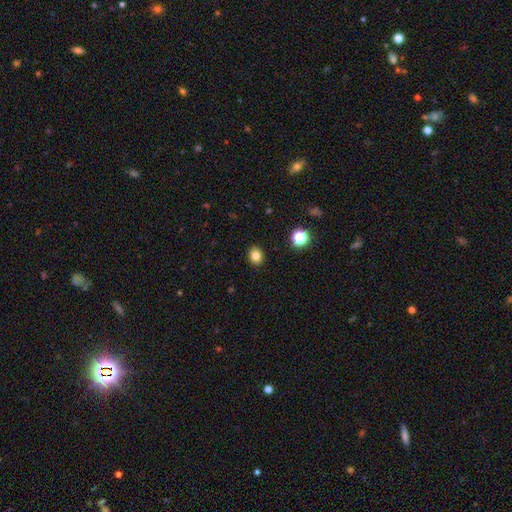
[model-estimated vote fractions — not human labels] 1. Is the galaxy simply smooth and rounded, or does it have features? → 82% smooth, 12% star or artifact, 6% featured or disk.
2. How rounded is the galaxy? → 52% round, 47% in between, 1% cigar-shaped.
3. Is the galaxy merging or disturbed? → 91% none, 6% minor disturbance, 2% major disturbance, 1% merger.